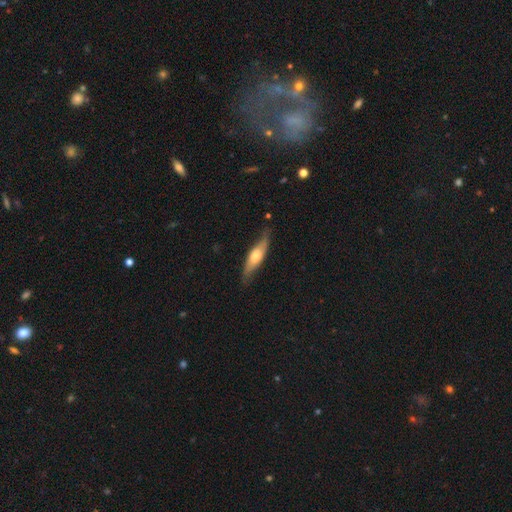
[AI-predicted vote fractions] Overall: featured or disk (49%; smooth 46%). Merging: none (75%).